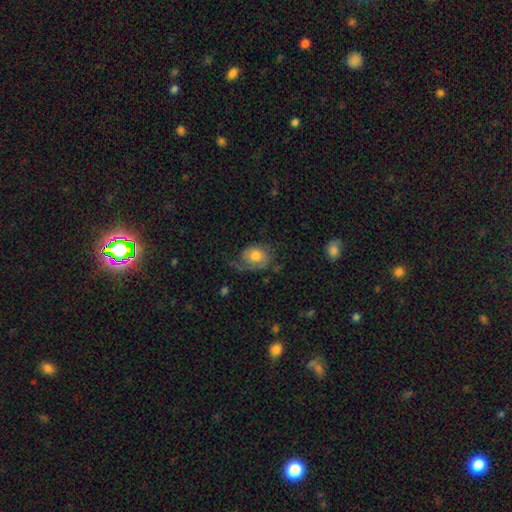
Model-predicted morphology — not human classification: Overall: featured or disk (48%; smooth 45%). Merging: none (41%; major disturbance 31%).